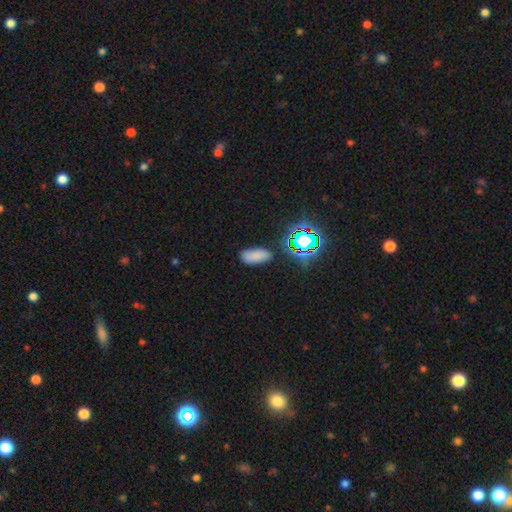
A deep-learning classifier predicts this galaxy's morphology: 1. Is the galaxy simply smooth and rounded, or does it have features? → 73% smooth, 20% star or artifact, 7% featured or disk.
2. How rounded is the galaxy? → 87% in between, 10% cigar-shaped, 3% round.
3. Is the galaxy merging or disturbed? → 81% none, 13% minor disturbance, 4% major disturbance, 3% merger.